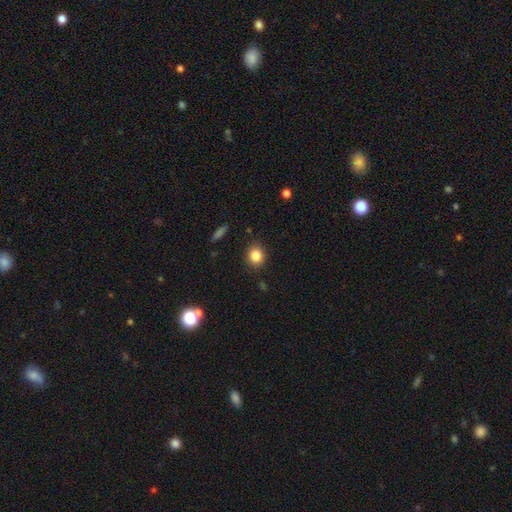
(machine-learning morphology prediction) The model was most divided on "how rounded": round: 73%, in between: 25%, cigar-shaped: 1%. More confident: merging — none (87%); smooth or featured — smooth (84%).